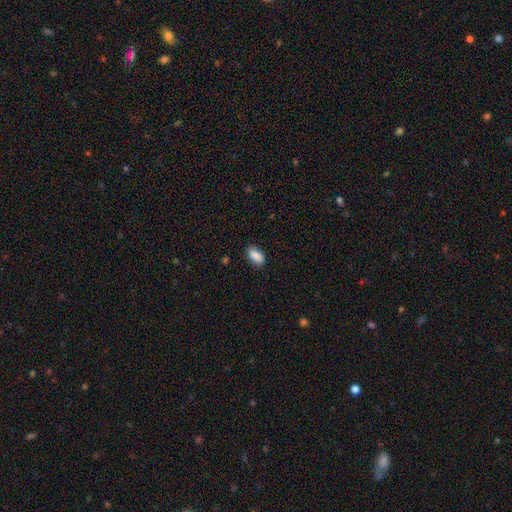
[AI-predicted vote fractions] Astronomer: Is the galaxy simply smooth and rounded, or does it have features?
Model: smooth — 88%.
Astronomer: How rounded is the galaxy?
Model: in between — 89%.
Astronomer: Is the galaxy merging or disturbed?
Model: none — 83%.